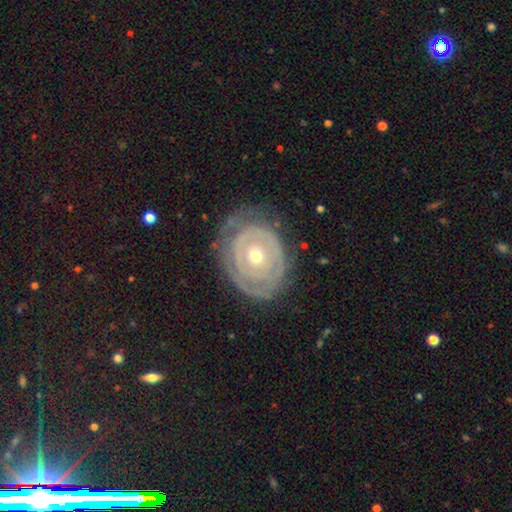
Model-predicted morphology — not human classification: This is likely a featured or disk galaxy (74%). It is clearly not viewed edge-on (96%). Bar: clearly no (85%). Spiral arm pattern: possibly yes (55%). Central bulge: possibly small (49%). Merging: likely none (61%).